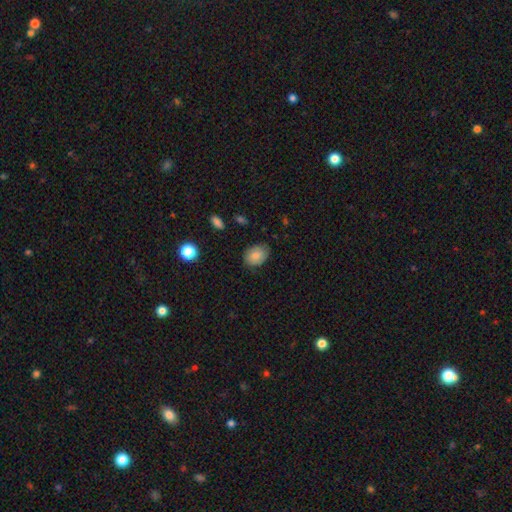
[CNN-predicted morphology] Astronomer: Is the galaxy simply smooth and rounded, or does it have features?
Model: smooth — 83%.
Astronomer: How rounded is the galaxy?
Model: in between — 69%.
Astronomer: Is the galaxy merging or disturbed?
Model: none — 81%.